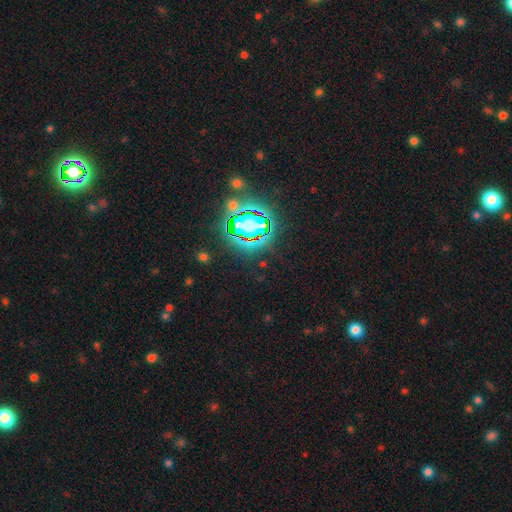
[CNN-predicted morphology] smooth_or_featured: star or artifact (p=0.79) [alt: smooth p=0.13]